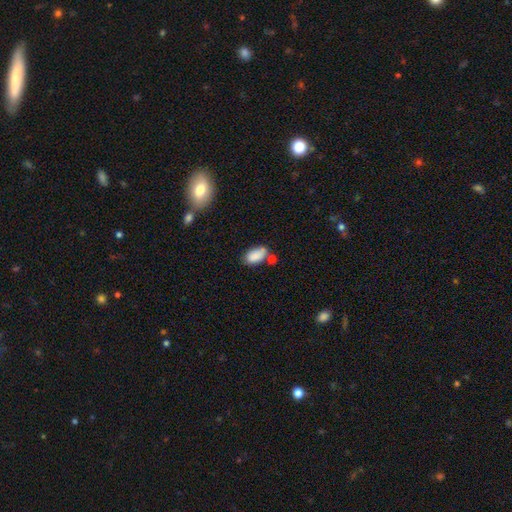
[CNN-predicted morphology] Smooth or featured?
  - smooth: 85% *
  - star or artifact: 8%
  - featured or disk: 7%
How rounded?
  - in between: 92% *
  - round: 5%
  - cigar-shaped: 3%
Merging?
  - none: 52% *
  - minor disturbance: 22%
  - merger: 19%
  - major disturbance: 7%